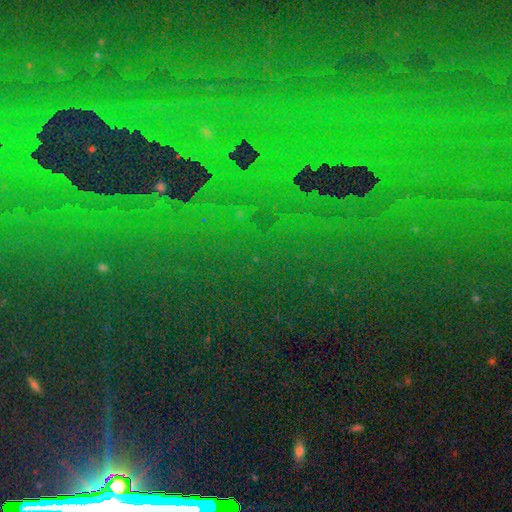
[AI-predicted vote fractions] This is clearly a star or artifact rather than a galaxy (84%).